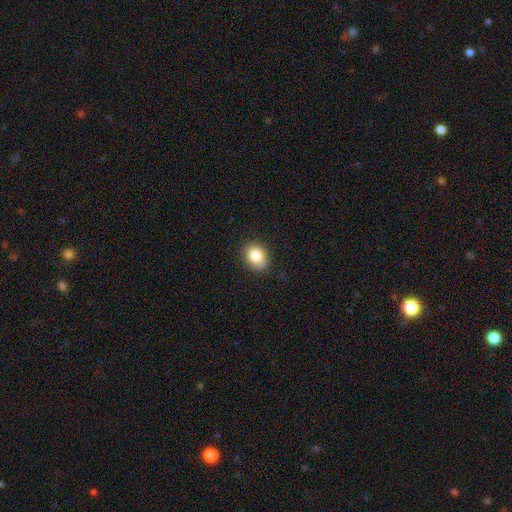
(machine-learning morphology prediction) smooth-or-featured: smooth: 85% | star or artifact: 9% | featured or disk: 7%
  how-rounded: in between: 61% | round: 38% | cigar-shaped: 1%
  merging: none: 85% | minor disturbance: 11% | major disturbance: 3% | merger: 1%